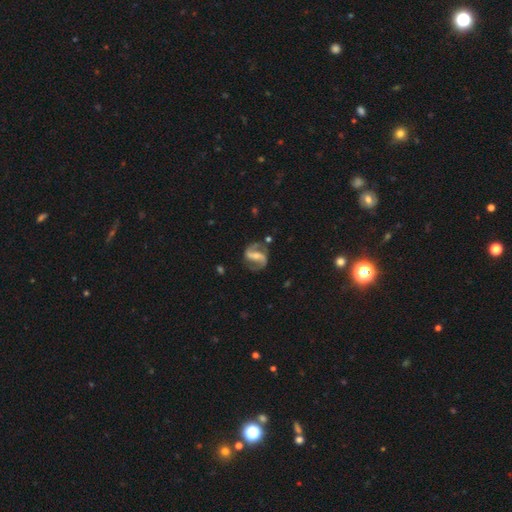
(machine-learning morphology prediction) type=featured or disk (88%); edge-on=no (97%); bar=strong (56%); spiral arms=yes (96%); winding=medium (50%); arm count=2 (92%); bulge=small (52%); merging=none (76%).